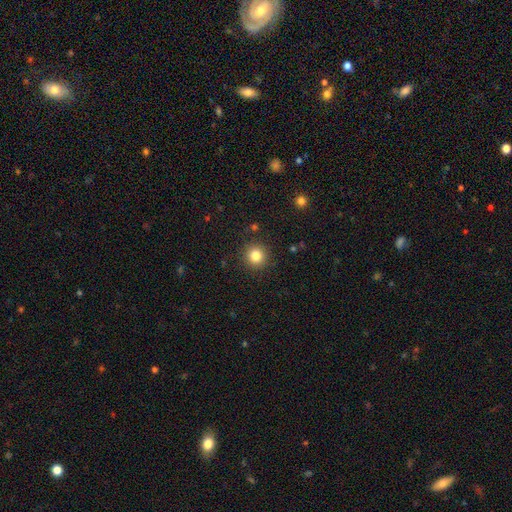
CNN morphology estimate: Q: Smooth or featured?
A: smooth (83%); runner-up: star or artifact (12%)
Q: How rounded?
A: round (94%); runner-up: in between (5%)
Q: Merging?
A: none (90%); runner-up: minor disturbance (6%)